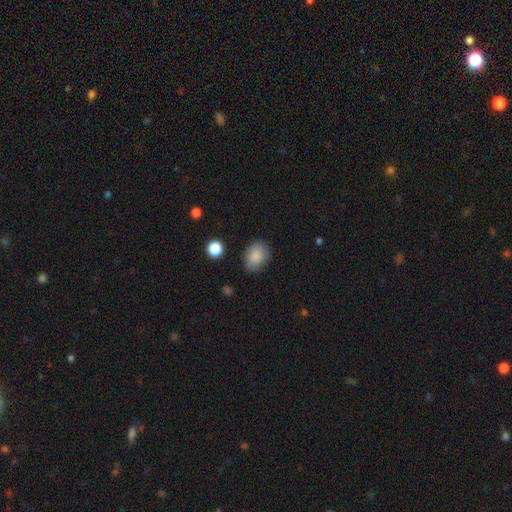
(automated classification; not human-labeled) This is clearly a smooth galaxy (87%). How rounded: likely in between (66%). Merging: clearly none (82%).